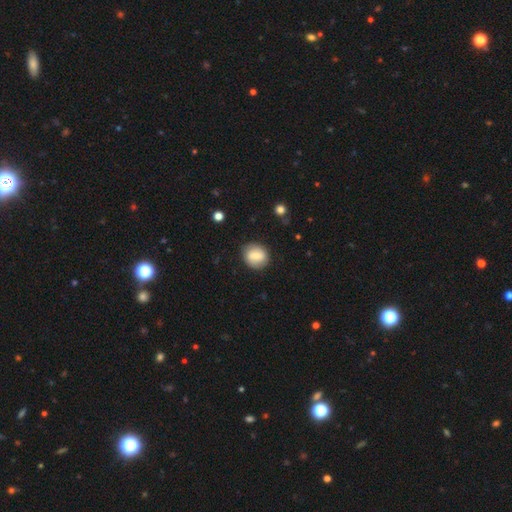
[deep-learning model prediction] This is likely a smooth galaxy (72%). How rounded: likely round (73%). Merging: clearly none (82%).